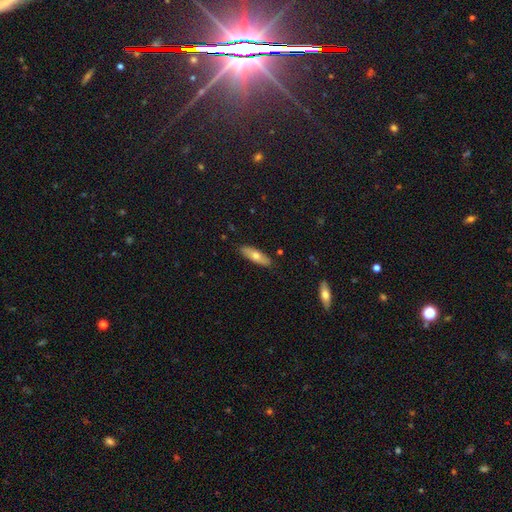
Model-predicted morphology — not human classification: Smooth or featured?
  - smooth: 63% *
  - featured or disk: 31%
  - star or artifact: 6%
How rounded?
  - cigar-shaped: 51% *
  - in between: 47%
  - round: 2%
Merging?
  - none: 88% *
  - minor disturbance: 9%
  - major disturbance: 2%
  - merger: 1%